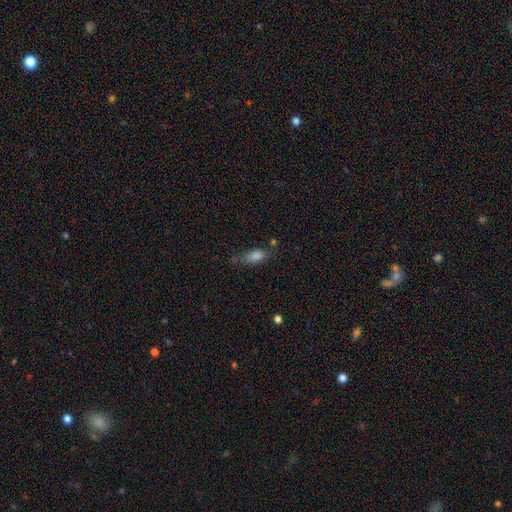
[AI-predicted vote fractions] Smooth or featured: smooth — 77% (featured or disk — 13%)
How rounded: in between — 74% (cigar-shaped — 21%)
Merging: none — 59% (minor disturbance — 24%)